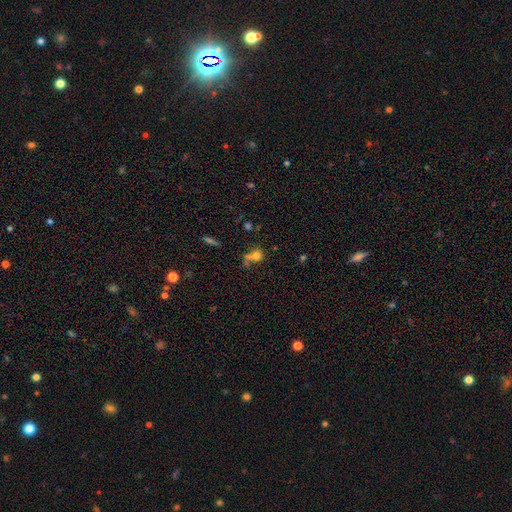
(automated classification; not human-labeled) The model was most divided on "merging": none: 40%, merger: 36%, minor disturbance: 13%, major disturbance: 11%. More confident: how rounded — round (74%); smooth or featured — smooth (71%).